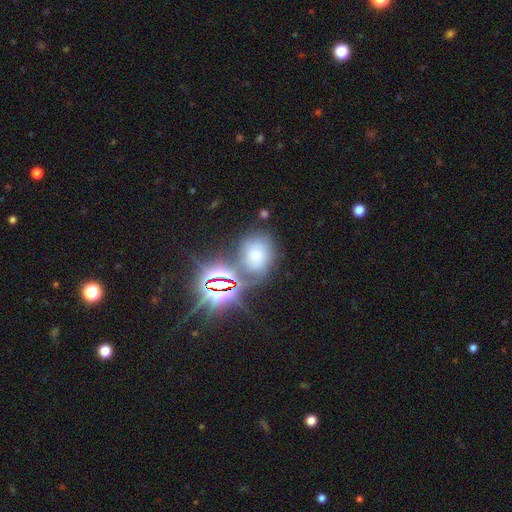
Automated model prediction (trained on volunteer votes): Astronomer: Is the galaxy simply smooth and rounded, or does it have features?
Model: smooth — 48% (runner-up: star or artifact, 37%).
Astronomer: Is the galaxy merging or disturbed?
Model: none — 59%.